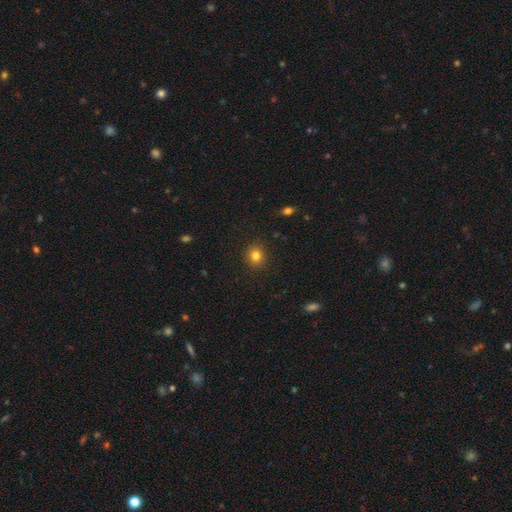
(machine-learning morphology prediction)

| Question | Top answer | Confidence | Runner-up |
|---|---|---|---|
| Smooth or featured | smooth | 81% | star or artifact (12%) |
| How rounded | round | 79% | in between (20%) |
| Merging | none | 90% | minor disturbance (7%) |